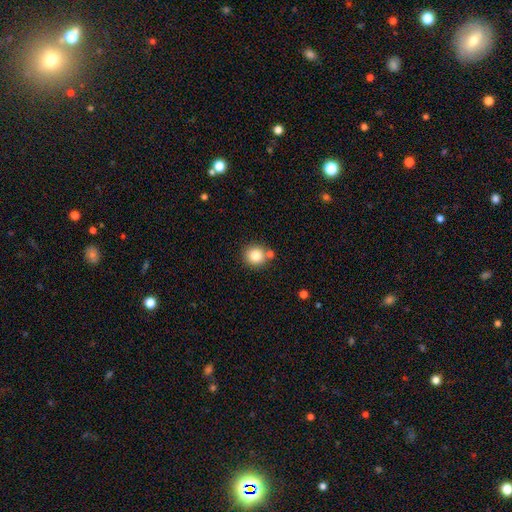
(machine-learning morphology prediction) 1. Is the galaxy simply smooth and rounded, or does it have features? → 82% smooth, 11% star or artifact, 7% featured or disk.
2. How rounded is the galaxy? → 92% round, 7% in between, 1% cigar-shaped.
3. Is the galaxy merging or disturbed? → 77% none, 12% merger, 8% minor disturbance, 2% major disturbance.